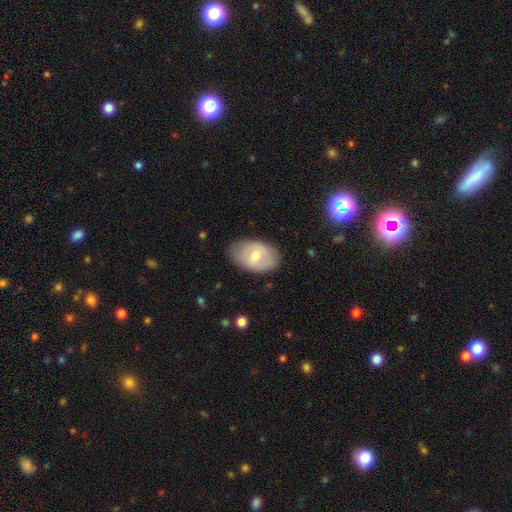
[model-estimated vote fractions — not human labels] Overall: smooth (55%; featured or disk 39%). How rounded: in between (85%). Merging: none (77%).